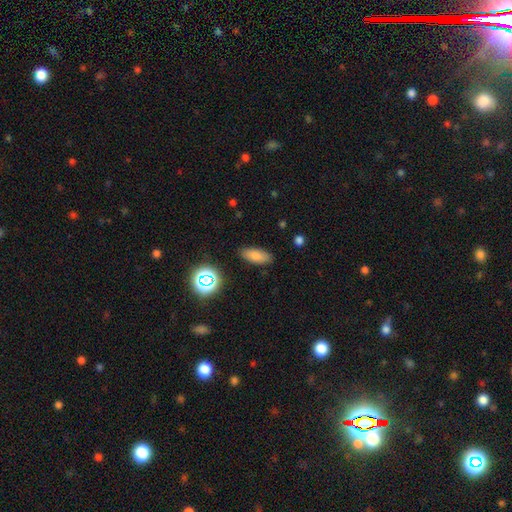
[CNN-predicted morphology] smooth_or_featured: smooth (p=0.80) [alt: star or artifact p=0.12]
how_rounded: in between (p=0.80) [alt: cigar-shaped p=0.16]
merging: none (p=0.86) [alt: minor disturbance p=0.09]